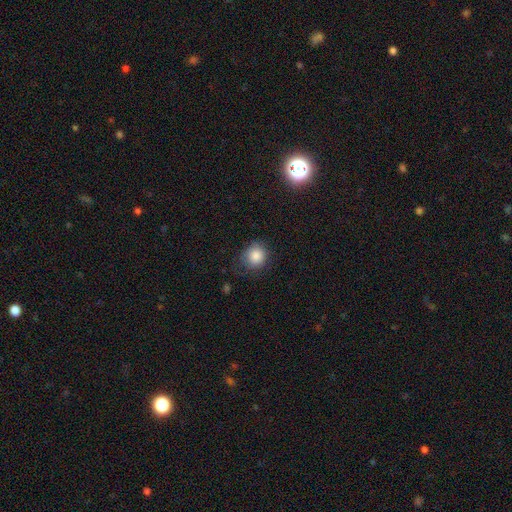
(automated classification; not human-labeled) This is clearly a smooth galaxy (86%). How rounded: clearly round (82%). Merging: likely none (70%).